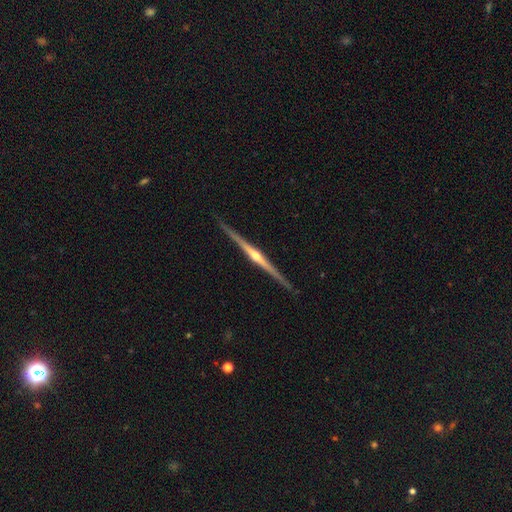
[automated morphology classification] Smooth or featured?
  - featured or disk: 86% *
  - smooth: 9%
  - star or artifact: 5%
Edge-on disk?
  - yes: 99% *
  - no: 1%
Edge-on bulge?
  - rounded: 85% *
  - none: 11%
  - boxy: 4%
Merging?
  - none: 90% *
  - minor disturbance: 7%
  - major disturbance: 1%
  - merger: 1%